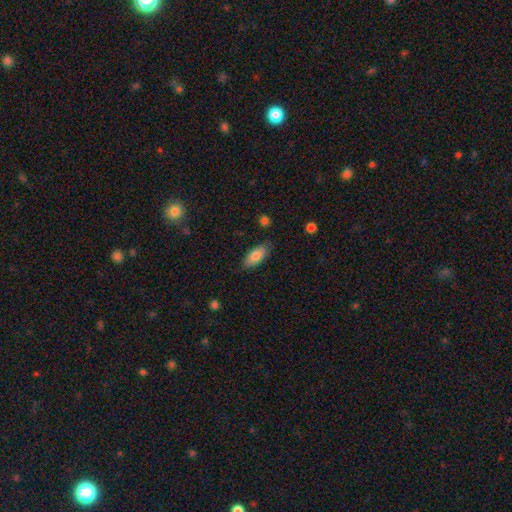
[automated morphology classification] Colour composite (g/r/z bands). It shows a smooth galaxy with no disk features (82%) that is in between round and cigar-shaped (82%). Merging: none (82%).